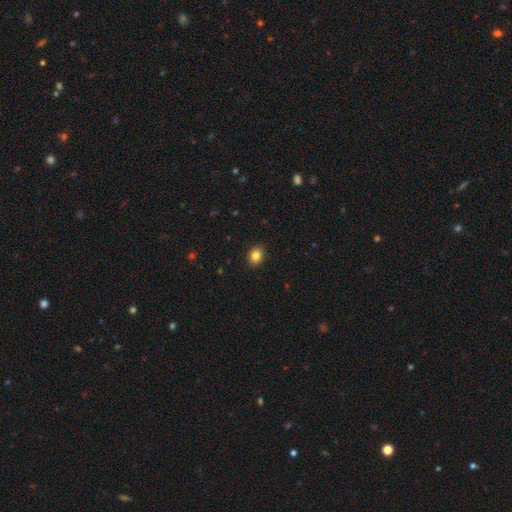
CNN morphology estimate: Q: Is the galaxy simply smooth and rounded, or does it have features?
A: smooth — 84%.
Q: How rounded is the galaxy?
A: round — 55%.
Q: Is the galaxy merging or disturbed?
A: none — 91%.